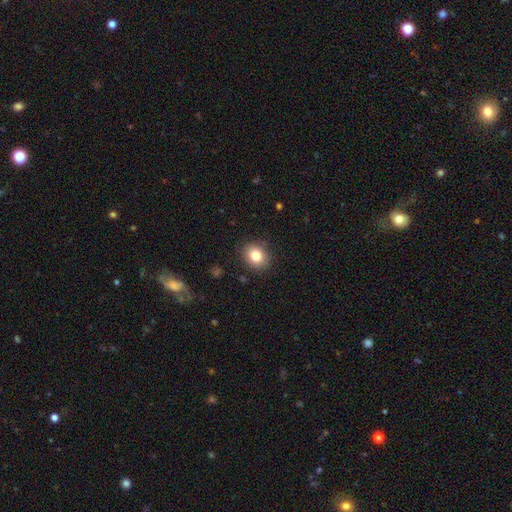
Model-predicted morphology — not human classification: Overall: smooth (81%). How rounded: round (65%; in between 34%). Merging: none (88%).